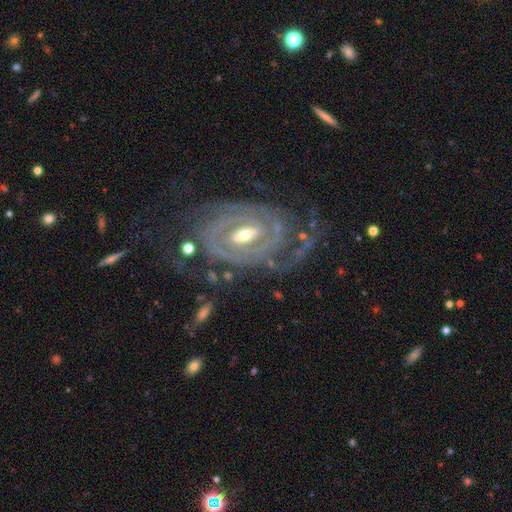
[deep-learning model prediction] The model was most divided on "bar": weak: 44%, strong: 36%, no: 21%. More confident: edge-on disk — no (95%); spiral arms — yes (95%); smooth or featured — featured or disk (91%); spiral winding — tight (70%); merging — none (64%); bulge size — moderate (63%); spiral arm count — 2 (53%).